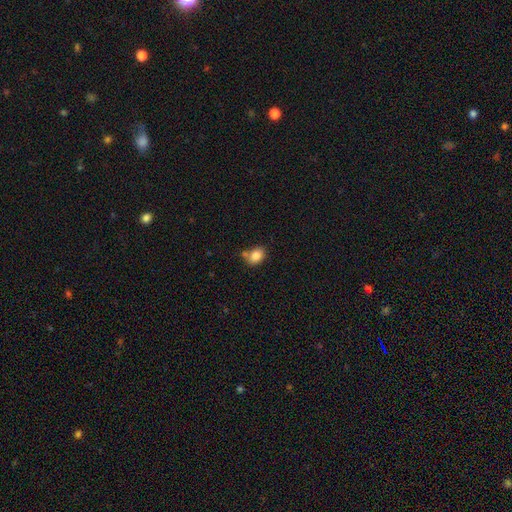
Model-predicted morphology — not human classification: Overall: smooth (83%). How rounded: in between (62%; round 37%). Merging: none (59%).